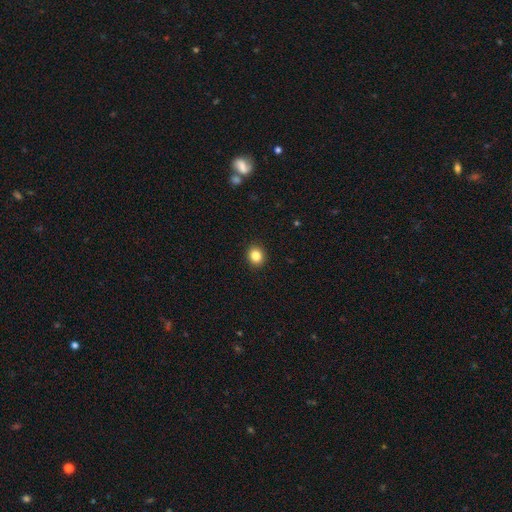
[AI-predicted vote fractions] Morphology: type=smooth (85%); roundness=round (74%); merging=none (92%).